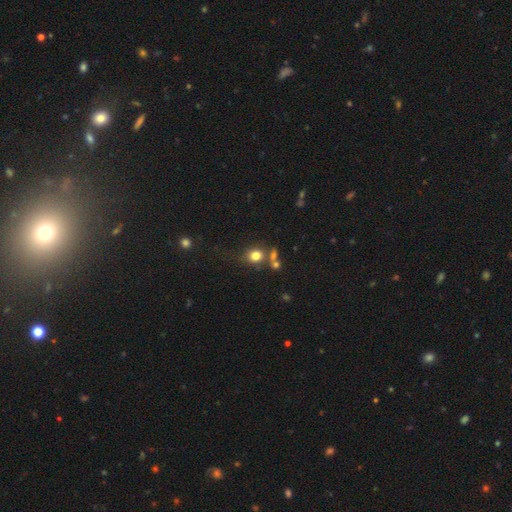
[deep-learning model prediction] Q: Smooth or featured?
A: smooth (77%); runner-up: star or artifact (13%)
Q: How rounded?
A: round (76%); runner-up: in between (23%)
Q: Merging?
A: none (58%); runner-up: merger (21%)